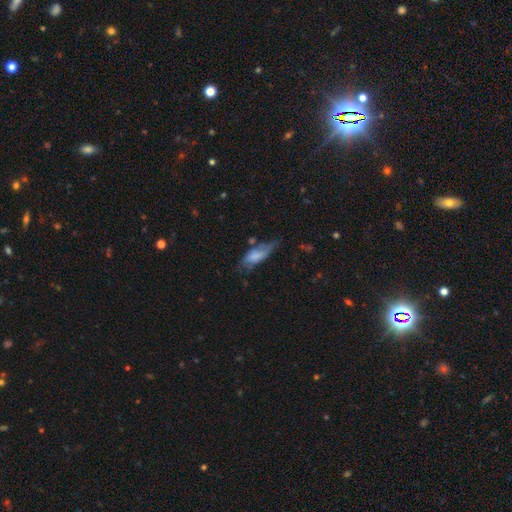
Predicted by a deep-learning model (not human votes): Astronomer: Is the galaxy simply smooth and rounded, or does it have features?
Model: smooth — 61%.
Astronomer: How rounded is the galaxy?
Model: in between — 74%.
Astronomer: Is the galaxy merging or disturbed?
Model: minor disturbance — 34% (runner-up: none, 32%).